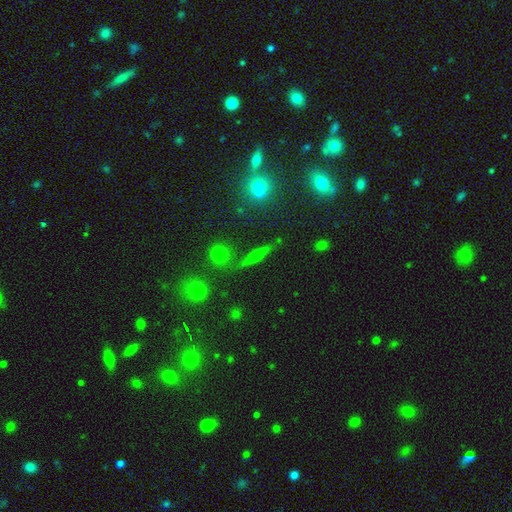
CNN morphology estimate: Smooth or featured? featured or disk (54%)
Edge-on disk? yes (90%)
Merging? none (80%)